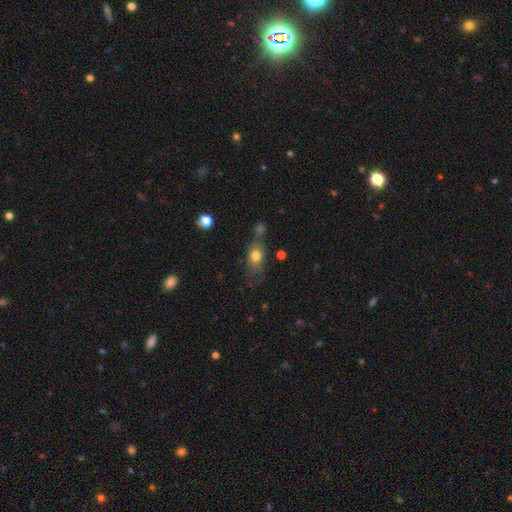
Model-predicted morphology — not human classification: A smooth galaxy with no disk features (77%) that is in between round and cigar-shaped (73%). Merging: none (53%).